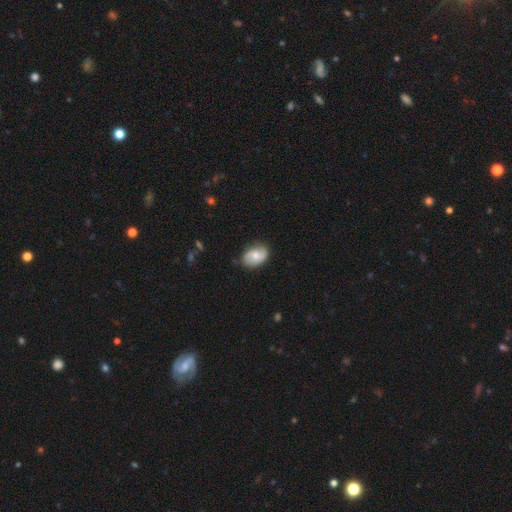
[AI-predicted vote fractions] Smooth or featured? smooth (54%)
How rounded? in between (82%)
Merging? none (75%)